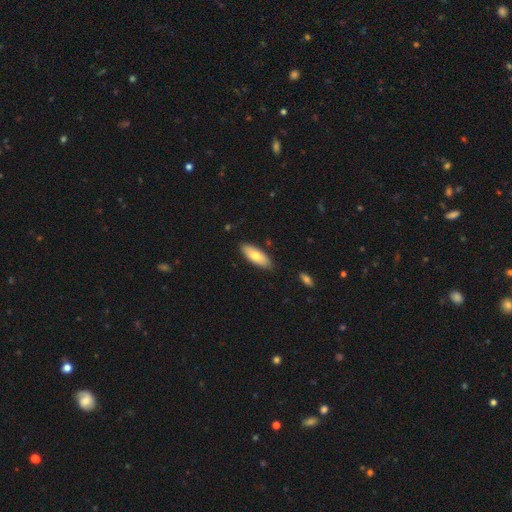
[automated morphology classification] Overall: smooth (75%). How rounded: in between (75%). Merging: none (85%).